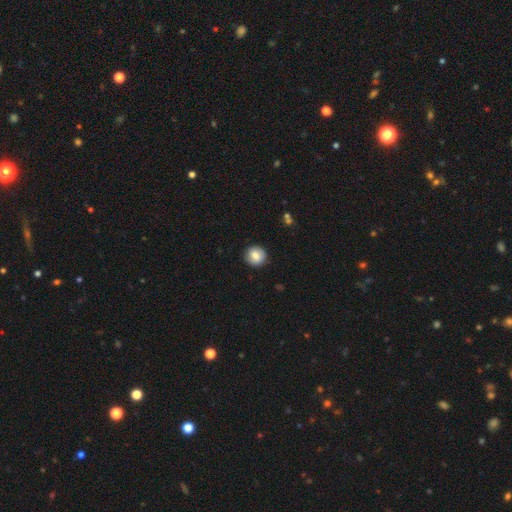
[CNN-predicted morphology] Overall: smooth (81%). How rounded: round (90%). Merging: none (90%).